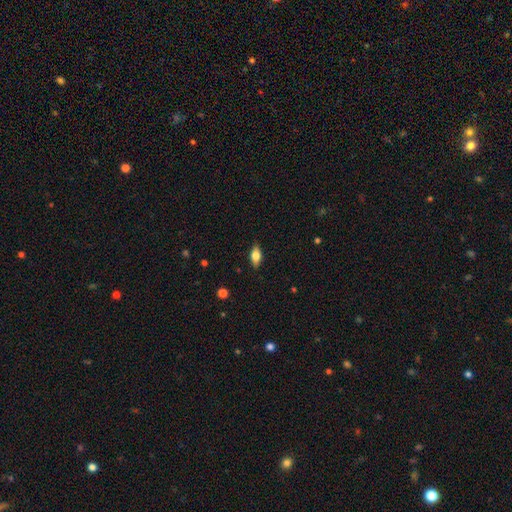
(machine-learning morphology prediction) smooth-or-featured: smooth: 69% | featured or disk: 23% | star or artifact: 7%
  how-rounded: in between: 84% | cigar-shaped: 12% | round: 4%
  merging: none: 86% | minor disturbance: 11% | major disturbance: 2% | merger: 1%